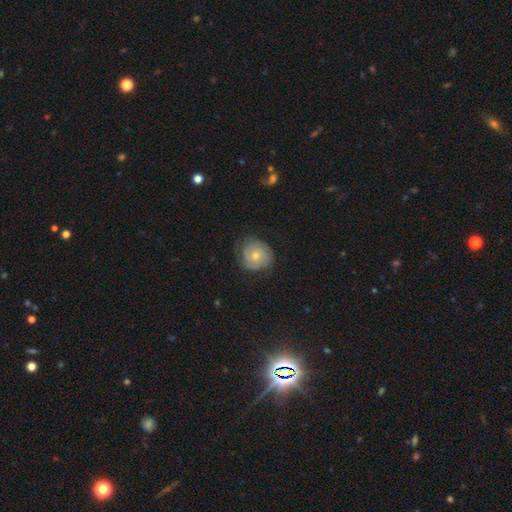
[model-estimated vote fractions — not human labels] smooth_or_featured: featured or disk (p=0.59) [alt: smooth p=0.34]
disk_edge_on: no (p=0.98) [alt: yes p=0.02]
bar: no (p=0.83) [alt: weak p=0.15]
has_spiral_arms: yes (p=0.85) [alt: no p=0.15]
bulge_size: moderate (p=0.49) [alt: small p=0.47]
merging: none (p=0.70) [alt: minor disturbance p=0.21]